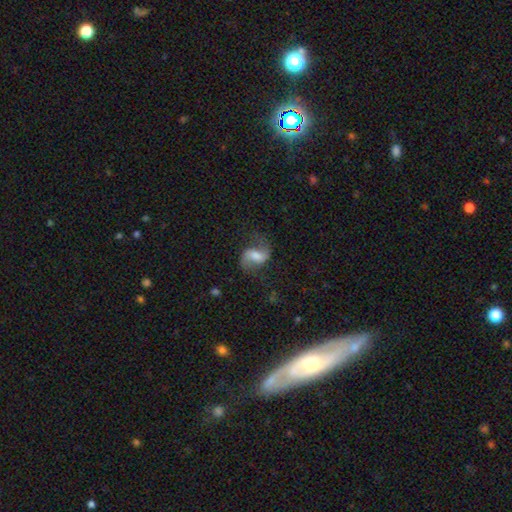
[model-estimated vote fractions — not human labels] A featured or disk galaxy (70%) with a weak bar (46%), 2 (91%) loose (66%) spiral arms (92%) and a moderate central bulge (46%). Merging: none (68%).